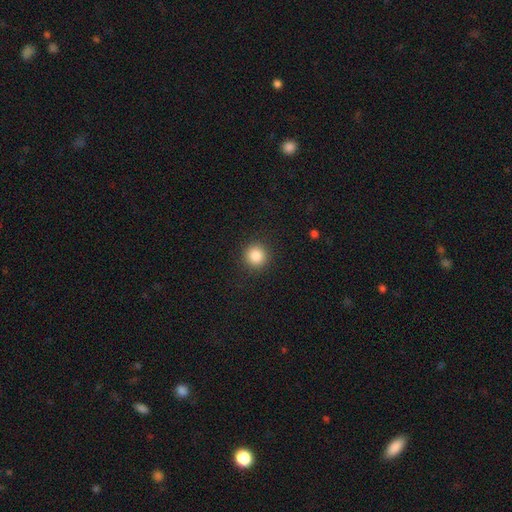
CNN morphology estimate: This appears to be a smooth galaxy with no disk features (86%) that is round (94%). Merging: none (91%).